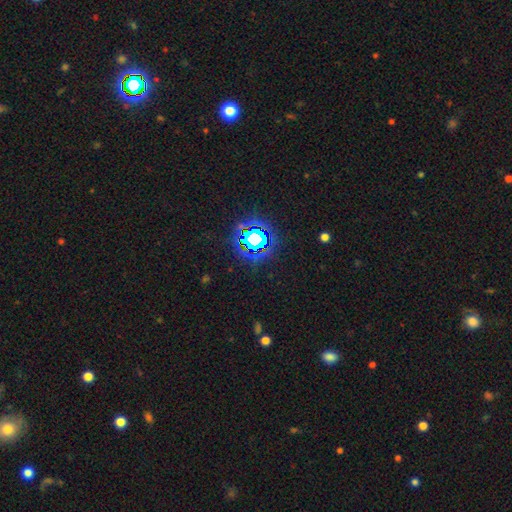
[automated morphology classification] star or artifact 81%, smooth 12%, featured or disk 7%.